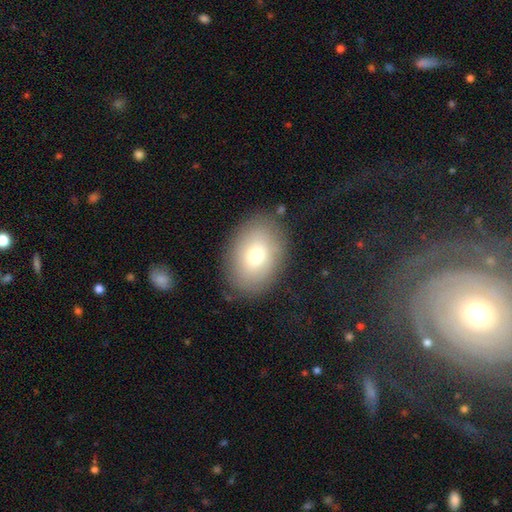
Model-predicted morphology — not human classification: A smooth galaxy with no disk features (74%) that is in between round and cigar-shaped (81%).

Vote fractions:
- Smooth or featured? smooth: 74% / featured or disk: 17% / star or artifact: 9%
- How rounded? in between: 81% / round: 18% / cigar-shaped: 1%
- Merging? none: 83% / minor disturbance: 11% / major disturbance: 4% / merger: 2%